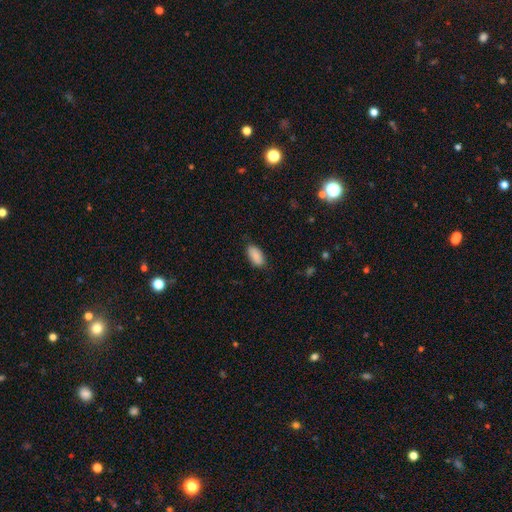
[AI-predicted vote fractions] The model was most divided on "merging": none: 82%, minor disturbance: 15%, major disturbance: 3%, merger: 1%. More confident: how rounded — in between (93%); smooth or featured — smooth (89%).